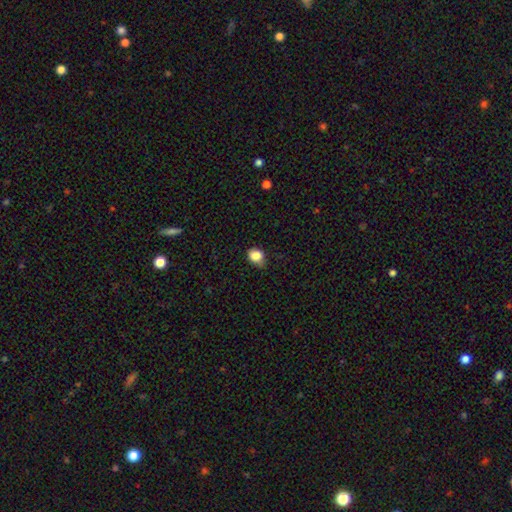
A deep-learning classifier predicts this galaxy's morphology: smooth_or_featured: smooth (p=0.85) [alt: star or artifact p=0.10]
how_rounded: round (p=0.53) [alt: in between p=0.46]
merging: none (p=0.55) [alt: minor disturbance p=0.36]